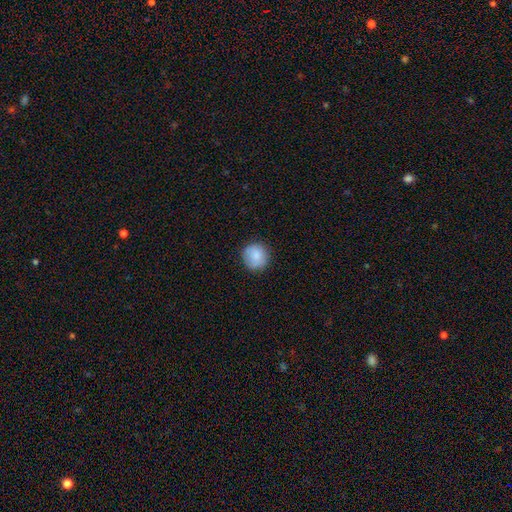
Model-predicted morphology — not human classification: Smooth or featured? Predicted: smooth (p=0.85). How rounded? Predicted: round (p=0.93). Merging? Predicted: none (p=0.84).